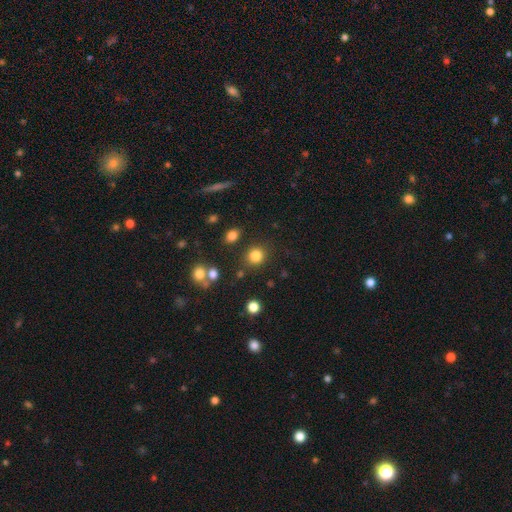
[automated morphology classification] Smooth or featured? smooth (82%)
How rounded? round (87%)
Merging? none (83%)